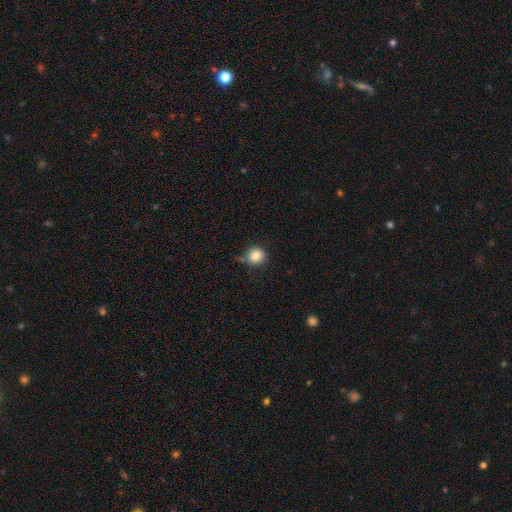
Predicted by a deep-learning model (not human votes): Overall: smooth (85%). How rounded: round (91%). Merging: none (71%).